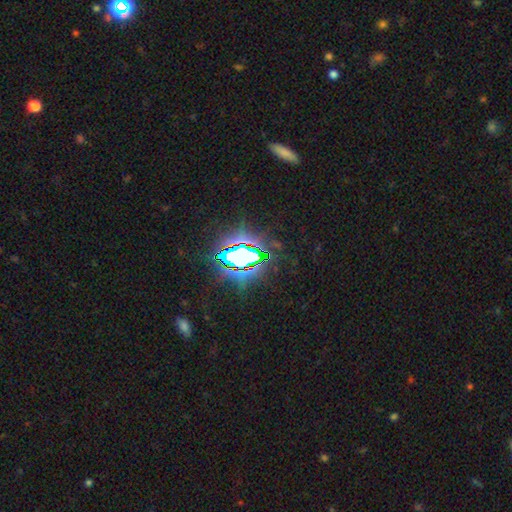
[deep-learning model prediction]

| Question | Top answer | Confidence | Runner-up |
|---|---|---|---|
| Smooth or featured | star or artifact | 80% | smooth (11%) |